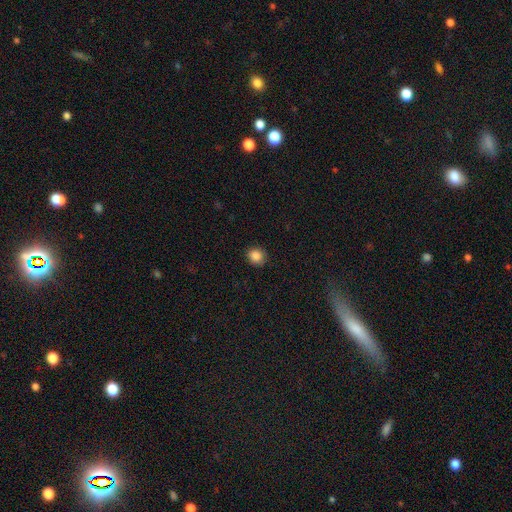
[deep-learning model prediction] Morphology: type=smooth (86%); roundness=round (83%); merging=none (86%).